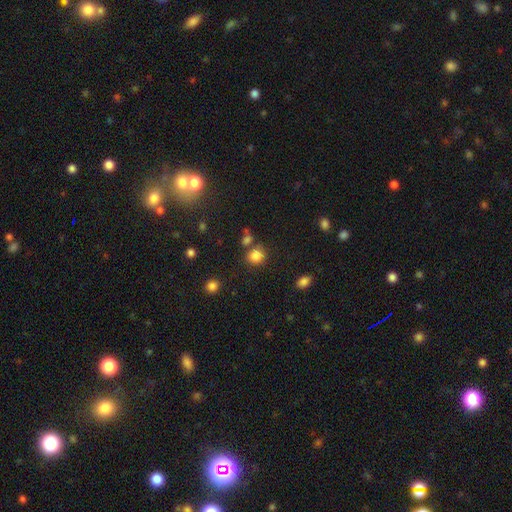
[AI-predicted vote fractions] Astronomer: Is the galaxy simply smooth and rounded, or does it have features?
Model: smooth — 83%.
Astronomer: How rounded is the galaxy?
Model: round — 77%.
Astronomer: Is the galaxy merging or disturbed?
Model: none — 70%.